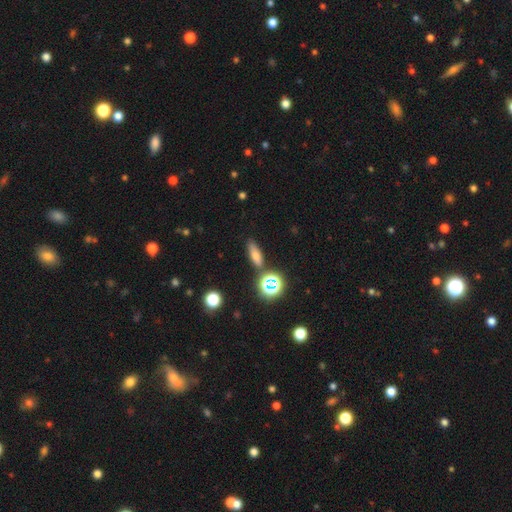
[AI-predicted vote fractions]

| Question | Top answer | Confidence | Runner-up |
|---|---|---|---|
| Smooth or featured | smooth | 61% | star or artifact (23%) |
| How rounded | in between | 49% | cigar-shaped (38%) |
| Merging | none | 80% | minor disturbance (11%) |